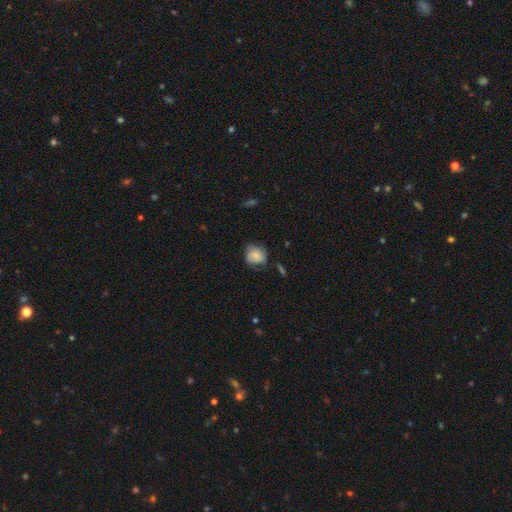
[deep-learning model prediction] smooth 66%, featured or disk 26%, star or artifact 8%. Down the decision tree: how rounded — round (71%); merging — none (55%).